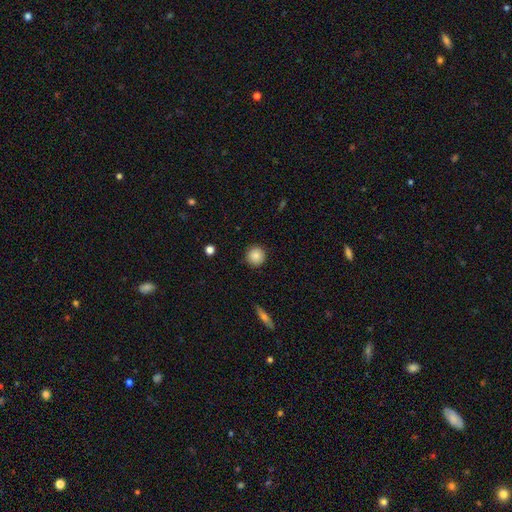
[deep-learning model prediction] A smooth galaxy with no disk features (87%) that is round (94%). Merging: none (91%).